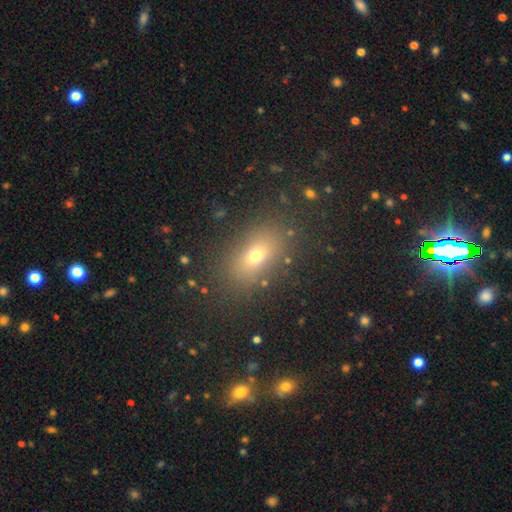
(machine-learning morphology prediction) The model was most divided on "smooth or featured": smooth: 67%, star or artifact: 18%, featured or disk: 15%. More confident: merging — none (85%); how rounded — in between (78%).